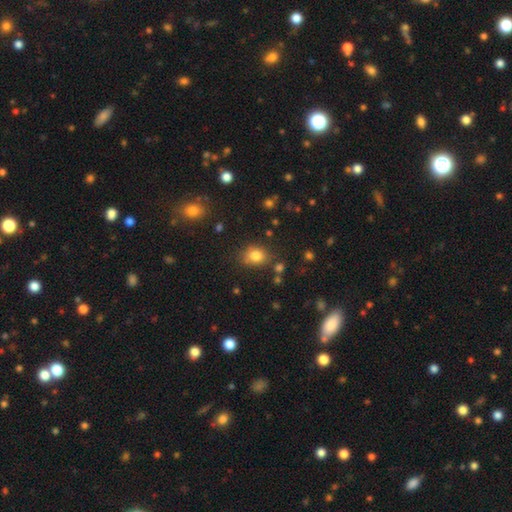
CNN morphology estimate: Smooth or featured: smooth — 81% (star or artifact — 12%)
How rounded: round — 57% (in between — 42%)
Merging: none — 73% (minor disturbance — 17%)